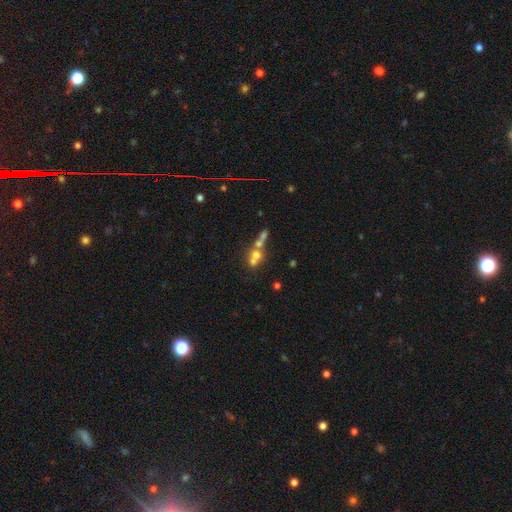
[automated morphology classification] A smooth galaxy with no disk features (50%). Merging: merger (57%).